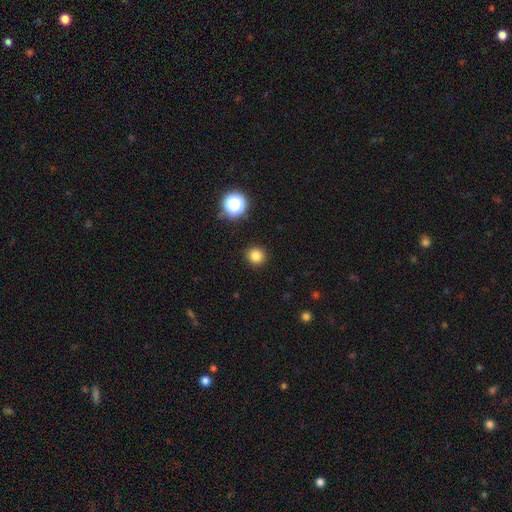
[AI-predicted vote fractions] A smooth galaxy with no disk features (82%) that is round (93%). Merging: none (92%).